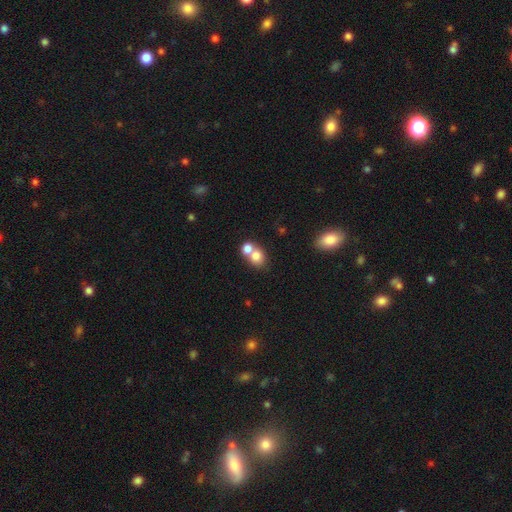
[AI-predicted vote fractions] Overall: smooth (76%). How rounded: round (67%; in between 31%). Merging: merger (58%; none 32%).